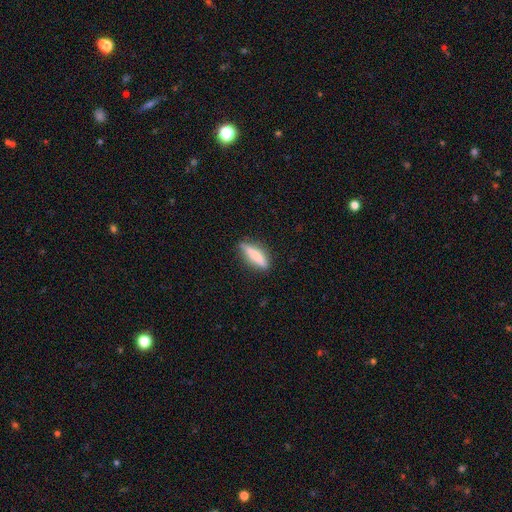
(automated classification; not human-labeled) smooth_or_featured: smooth (p=0.67) [alt: featured or disk p=0.26]
how_rounded: cigar-shaped (p=0.70) [alt: in between p=0.27]
merging: none (p=0.79) [alt: minor disturbance p=0.16]